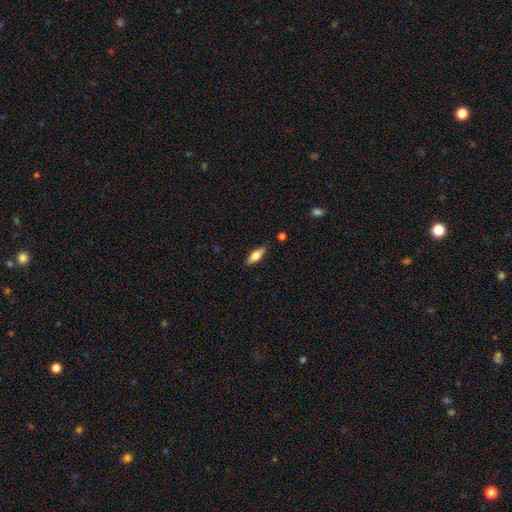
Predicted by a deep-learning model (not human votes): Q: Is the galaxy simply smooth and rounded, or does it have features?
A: smooth — 59%.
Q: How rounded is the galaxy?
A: in between — 61%.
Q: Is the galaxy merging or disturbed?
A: none — 86%.